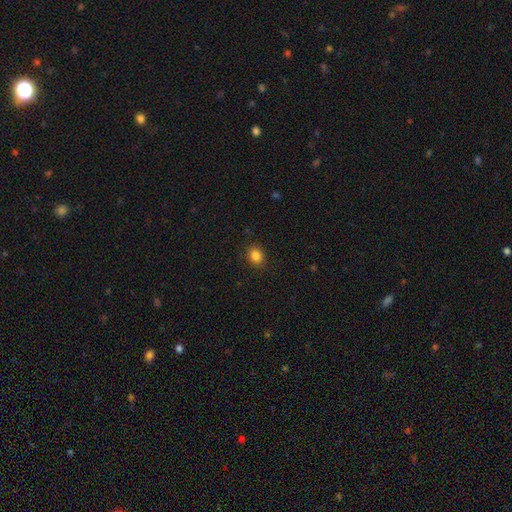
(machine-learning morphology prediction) smooth 85%, star or artifact 11%, featured or disk 5%. Down the decision tree: how rounded — round (56%); merging — none (89%).